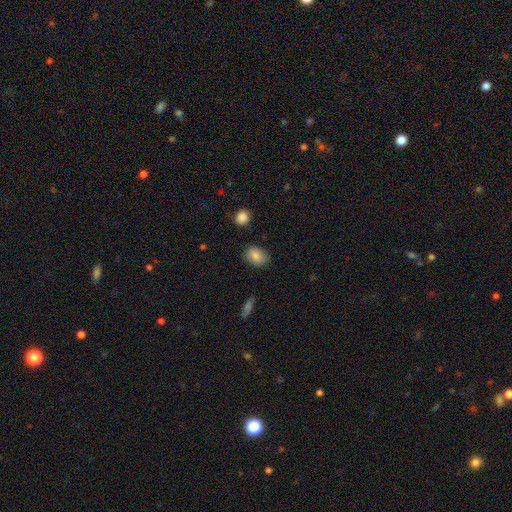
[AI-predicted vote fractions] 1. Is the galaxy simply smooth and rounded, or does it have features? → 85% smooth, 8% star or artifact, 7% featured or disk.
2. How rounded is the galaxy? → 71% in between, 28% round, 1% cigar-shaped.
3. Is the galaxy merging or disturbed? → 81% none, 14% minor disturbance, 3% major disturbance, 2% merger.